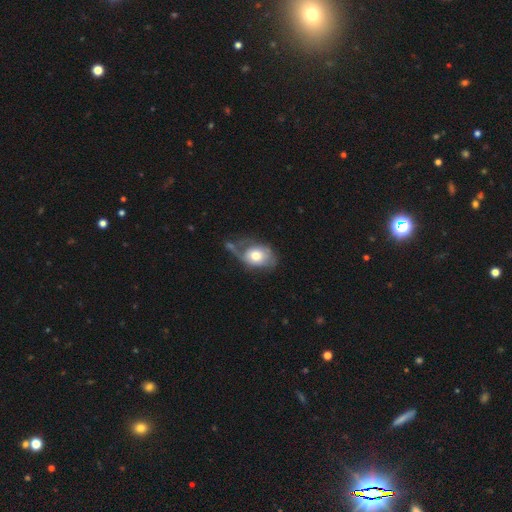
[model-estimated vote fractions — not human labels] Overall: smooth (58%; featured or disk 35%). How rounded: in between (69%; round 30%). Merging: major disturbance (33%; none 27%).